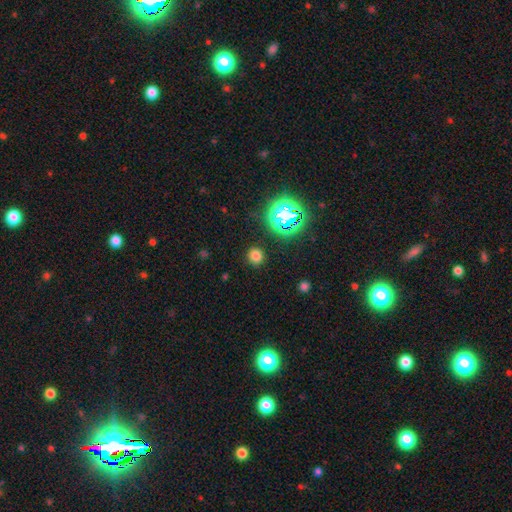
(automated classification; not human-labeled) Smooth or featured? Predicted: smooth (p=0.72). How rounded? Predicted: round (p=0.87). Merging? Predicted: none (p=0.90).